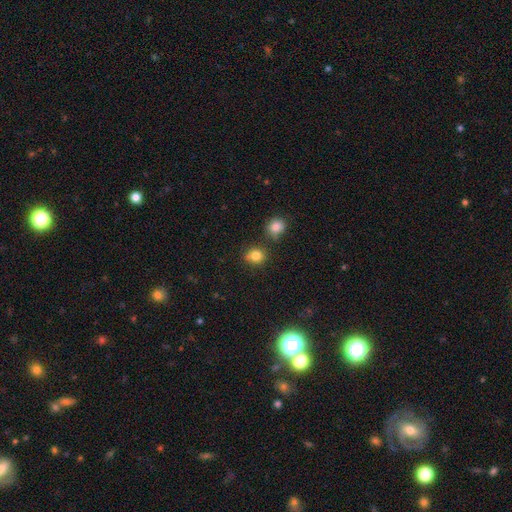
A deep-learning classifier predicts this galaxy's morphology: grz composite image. It shows a smooth galaxy with no disk features (82%) that is round (77%). Merging: none (72%).